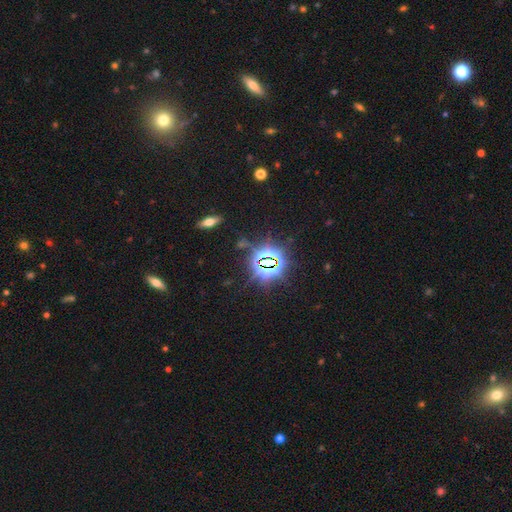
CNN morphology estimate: smooth-or-featured: star or artifact: 78% | smooth: 13% | featured or disk: 9%